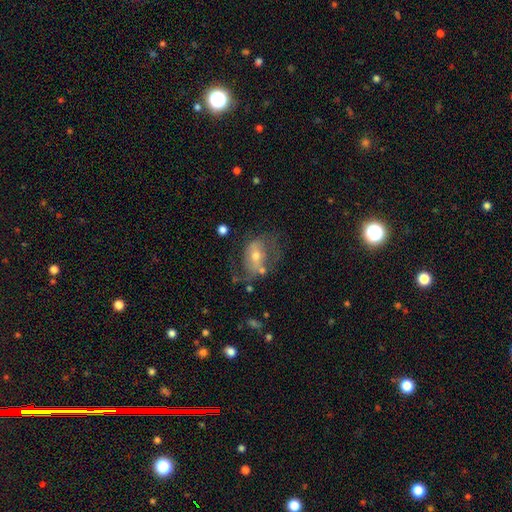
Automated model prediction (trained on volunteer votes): smooth_or_featured: featured or disk (p=0.62) [alt: smooth p=0.29]
disk_edge_on: no (p=0.95) [alt: yes p=0.05]
bar: no (p=0.45) [alt: weak p=0.36]
has_spiral_arms: yes (p=0.66) [alt: no p=0.34]
bulge_size: moderate (p=0.59) [alt: small p=0.34]
merging: none (p=0.44) [alt: major disturbance p=0.27]